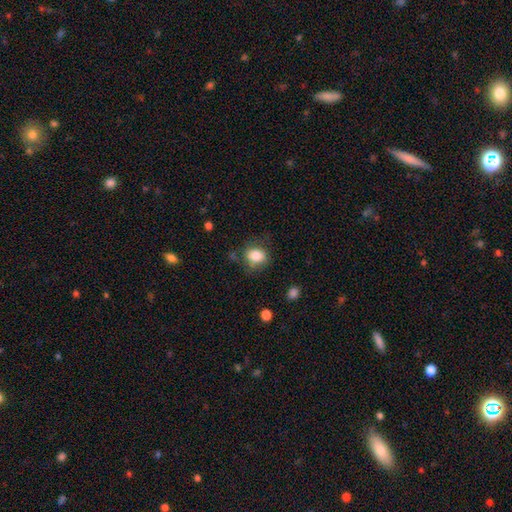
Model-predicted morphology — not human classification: Smooth or featured: smooth — 82% (star or artifact — 9%)
How rounded: in between — 53% (round — 46%)
Merging: none — 66% (minor disturbance — 22%)